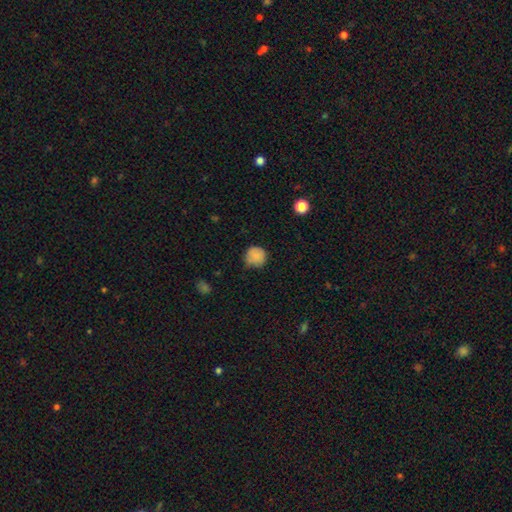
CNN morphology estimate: Smooth or featured?
  - smooth: 82% *
  - featured or disk: 9%
  - star or artifact: 9%
How rounded?
  - round: 91% *
  - in between: 8%
  - cigar-shaped: 1%
Merging?
  - none: 67% *
  - minor disturbance: 27%
  - major disturbance: 4%
  - merger: 2%